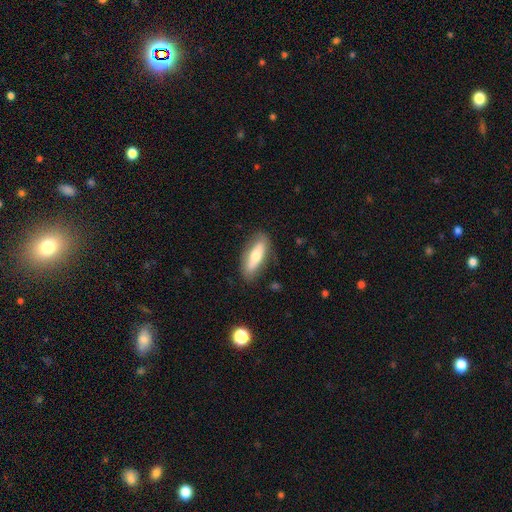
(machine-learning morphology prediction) Smooth or featured: smooth — 61% (featured or disk — 33%)
How rounded: in between — 52% (cigar-shaped — 46%)
Merging: none — 83% (minor disturbance — 12%)